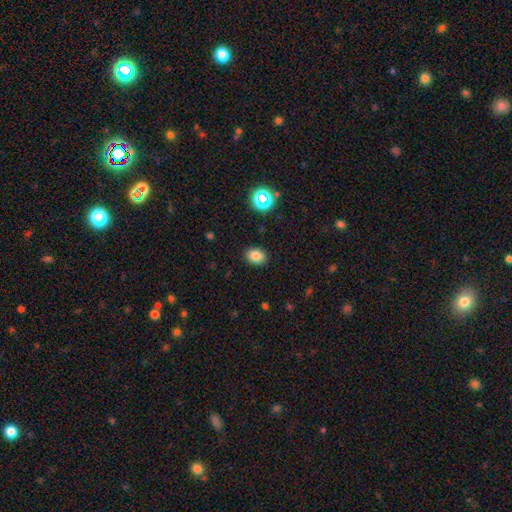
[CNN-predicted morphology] This is clearly a smooth galaxy (81%). How rounded: likely in between (62%). Merging: clearly none (89%).